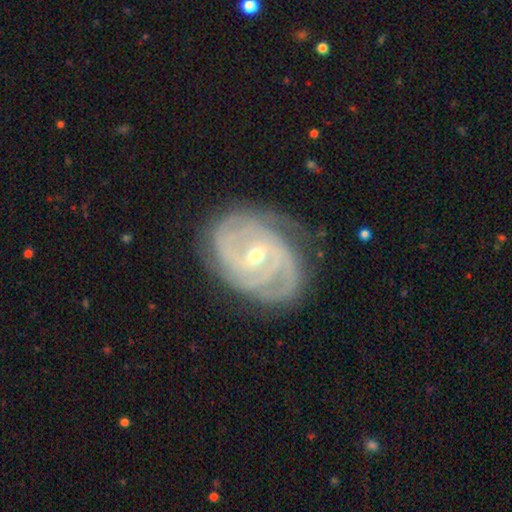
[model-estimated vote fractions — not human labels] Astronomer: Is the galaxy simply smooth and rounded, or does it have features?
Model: featured or disk — 91%.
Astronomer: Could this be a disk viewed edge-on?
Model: no — 97%.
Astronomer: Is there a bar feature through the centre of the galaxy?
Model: weak — 49% (runner-up: no, 29%).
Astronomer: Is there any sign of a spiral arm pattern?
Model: yes — 98%.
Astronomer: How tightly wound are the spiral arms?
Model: tight — 73%.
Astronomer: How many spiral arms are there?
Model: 3 — 32% (runner-up: 2, 22%).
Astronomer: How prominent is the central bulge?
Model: small — 51% (runner-up: moderate, 47%).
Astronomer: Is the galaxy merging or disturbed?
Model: none — 76%.